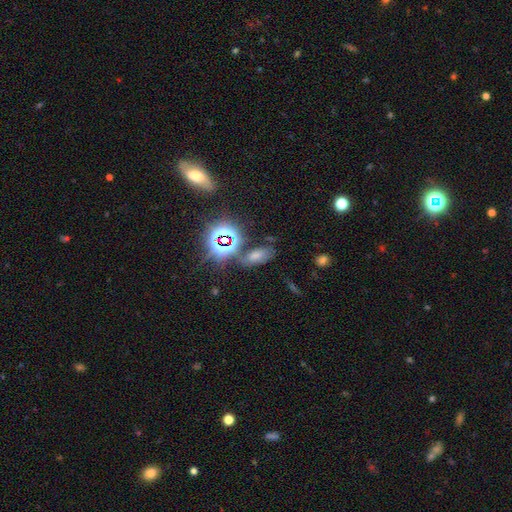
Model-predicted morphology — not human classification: type=smooth (50%); roundness=in between (89%); merging=none (61%).